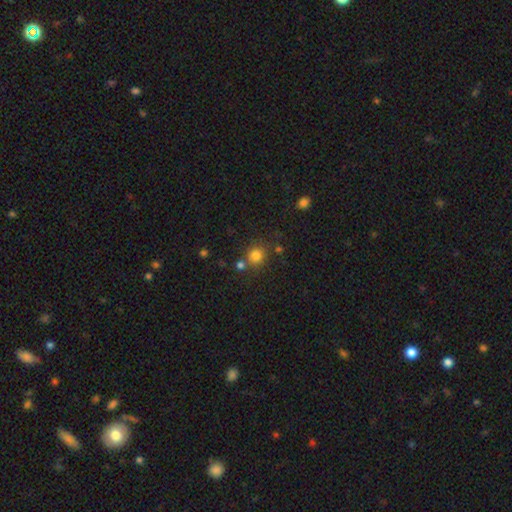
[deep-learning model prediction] Smooth or featured: smooth — 80% (star or artifact — 14%)
How rounded: round — 90% (in between — 9%)
Merging: none — 73% (merger — 15%)